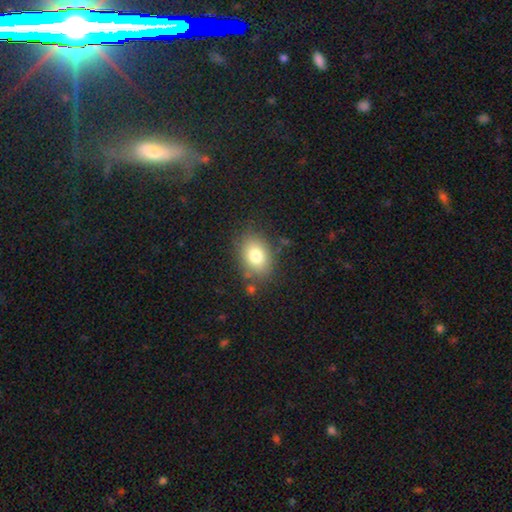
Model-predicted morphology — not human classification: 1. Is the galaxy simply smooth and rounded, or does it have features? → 78% smooth, 12% featured or disk, 10% star or artifact.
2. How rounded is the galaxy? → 69% in between, 30% round, 1% cigar-shaped.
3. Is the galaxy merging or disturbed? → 79% none, 13% minor disturbance, 5% major disturbance, 3% merger.